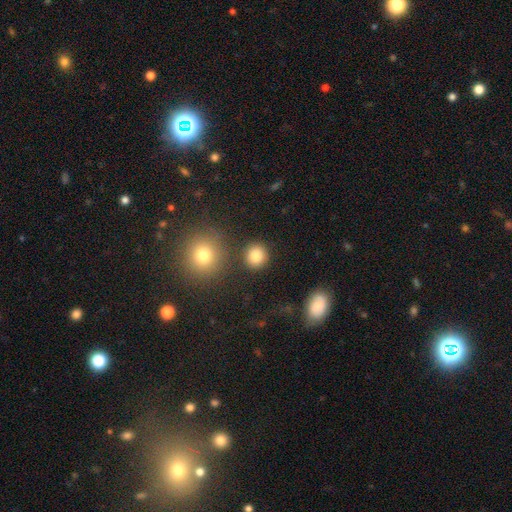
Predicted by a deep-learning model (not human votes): Smooth or featured? smooth (84%)
How rounded? round (90%)
Merging? none (85%)